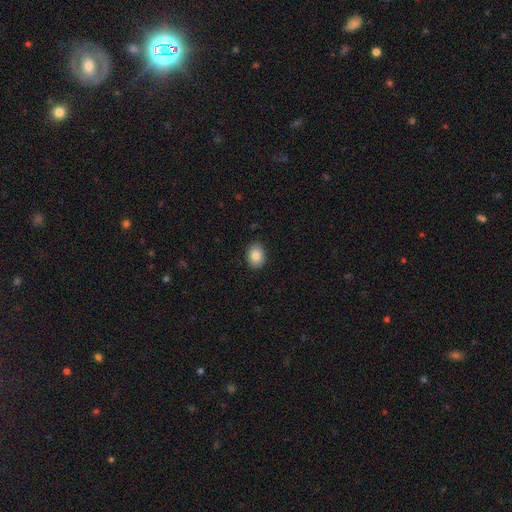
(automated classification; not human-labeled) smooth 84%, featured or disk 8%, star or artifact 8%. Down the decision tree: how rounded — in between (64%); merging — none (90%).